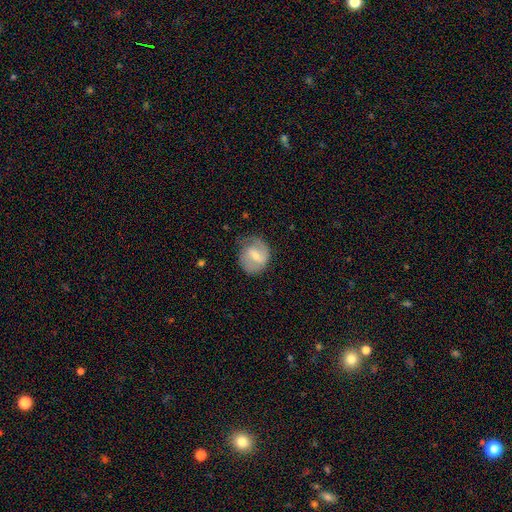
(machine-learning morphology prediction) Overall: featured or disk (62%; smooth 32%). Edge-on disk: no (97%). Bar: weak (55%; strong 26%). Spiral arms: yes (84%). Spiral arm count: 2 (65%). Spiral winding: medium (44%; tight 32%). Bulge size: small (47%; moderate 45%). Merging: none (62%; minor disturbance 25%).